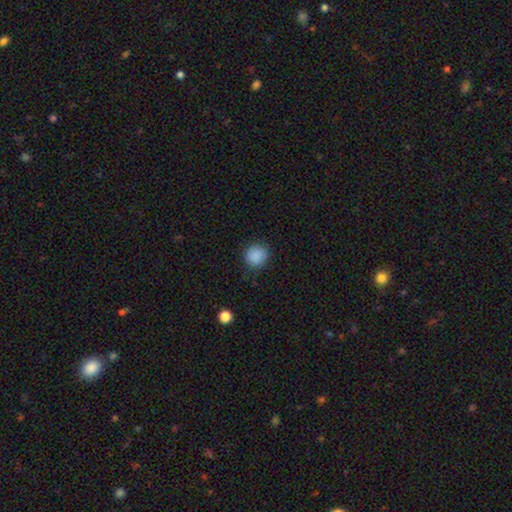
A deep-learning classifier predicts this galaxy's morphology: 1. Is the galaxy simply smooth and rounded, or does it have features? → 88% smooth, 9% star or artifact, 3% featured or disk.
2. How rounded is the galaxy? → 88% round, 11% in between, 1% cigar-shaped.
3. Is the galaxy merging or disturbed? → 85% none, 11% minor disturbance, 3% major disturbance, 1% merger.